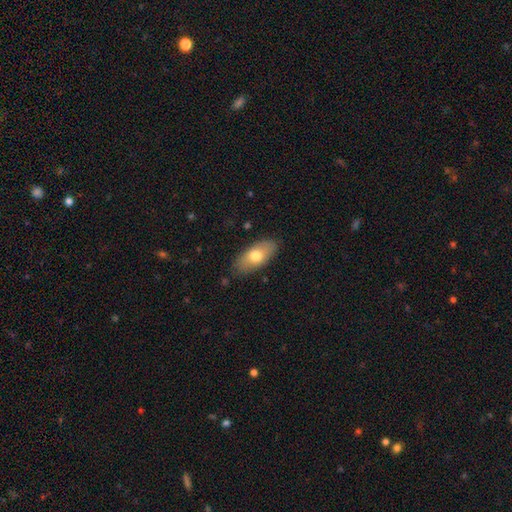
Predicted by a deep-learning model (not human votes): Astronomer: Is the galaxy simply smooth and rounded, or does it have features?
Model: smooth — 70%.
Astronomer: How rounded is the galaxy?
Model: in between — 88%.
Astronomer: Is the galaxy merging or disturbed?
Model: none — 83%.